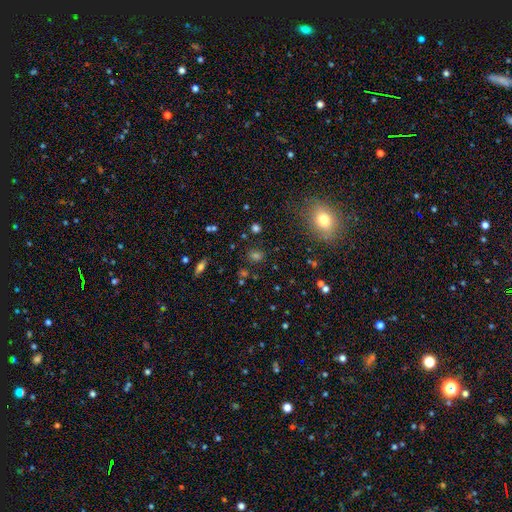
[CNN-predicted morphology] Overall: smooth (64%; star or artifact 28%). How rounded: round (59%; in between 38%). Merging: none (85%).